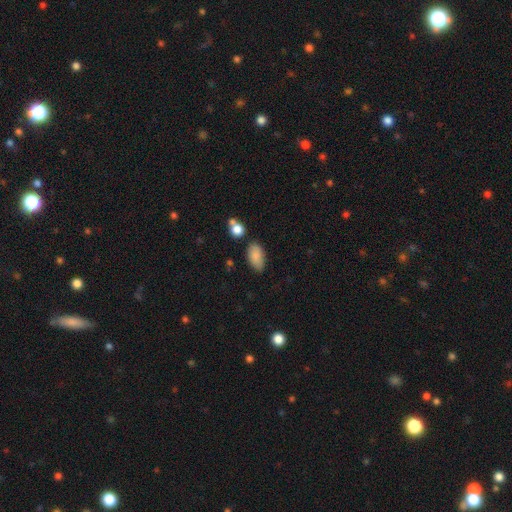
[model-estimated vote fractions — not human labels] Q: Smooth or featured?
A: smooth (86%); runner-up: star or artifact (8%)
Q: How rounded?
A: in between (93%); runner-up: round (4%)
Q: Merging?
A: none (72%); runner-up: minor disturbance (19%)